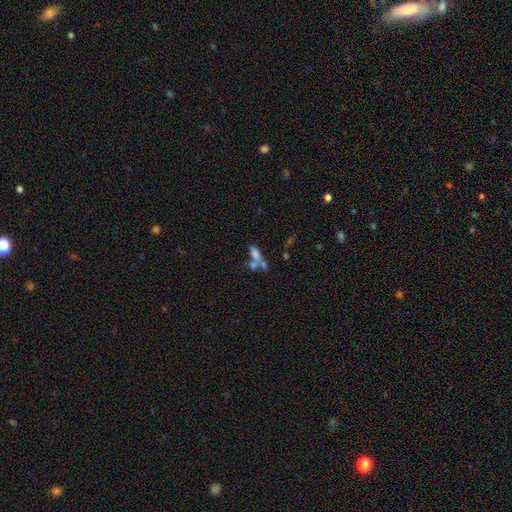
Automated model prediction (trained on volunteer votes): The model was most divided on "merging": merger: 53%, none: 28%, minor disturbance: 10%, major disturbance: 9%. More confident: how rounded — in between (71%); smooth or featured — smooth (60%).